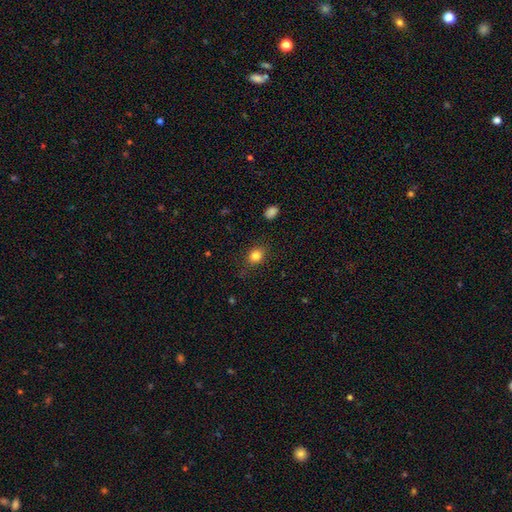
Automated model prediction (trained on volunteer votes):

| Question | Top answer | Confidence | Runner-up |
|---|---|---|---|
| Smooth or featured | smooth | 83% | star or artifact (11%) |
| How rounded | round | 52% | in between (46%) |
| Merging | none | 82% | minor disturbance (13%) |